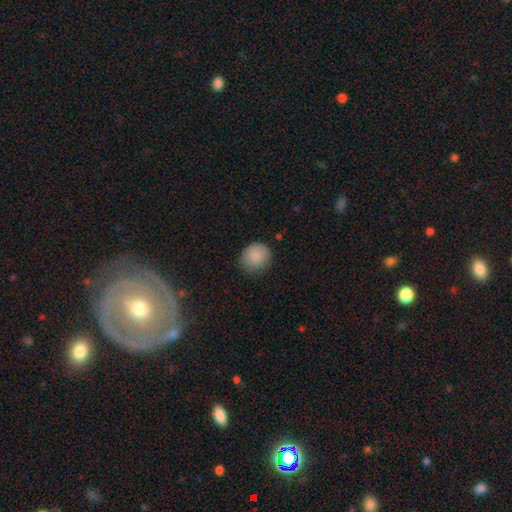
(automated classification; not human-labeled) Smooth or featured?
  - smooth: 88% *
  - star or artifact: 7%
  - featured or disk: 5%
How rounded?
  - round: 83% *
  - in between: 16%
  - cigar-shaped: 1%
Merging?
  - none: 76% *
  - minor disturbance: 18%
  - major disturbance: 4%
  - merger: 1%